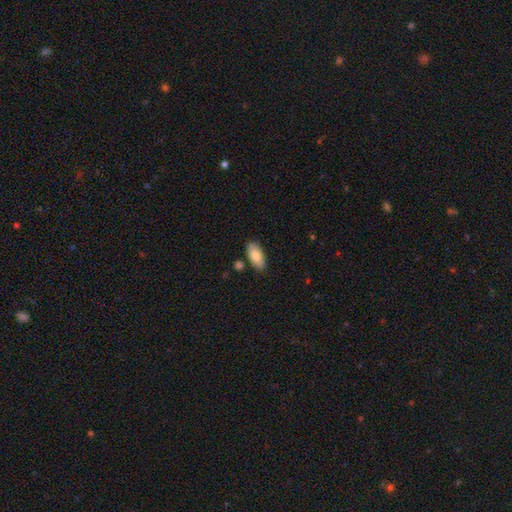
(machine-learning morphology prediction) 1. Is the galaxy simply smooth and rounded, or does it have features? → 82% smooth, 11% featured or disk, 6% star or artifact.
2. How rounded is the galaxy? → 90% in between, 8% cigar-shaped, 2% round.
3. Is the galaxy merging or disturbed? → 81% none, 13% minor disturbance, 4% merger, 2% major disturbance.